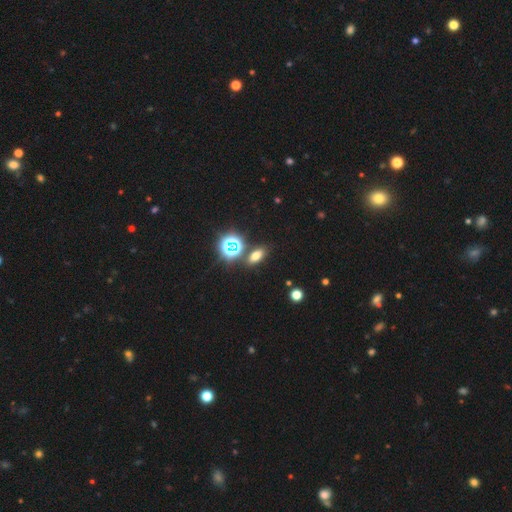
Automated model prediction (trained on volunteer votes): Morphology: type=smooth (61%); roundness=in between (75%); merging=none (81%).